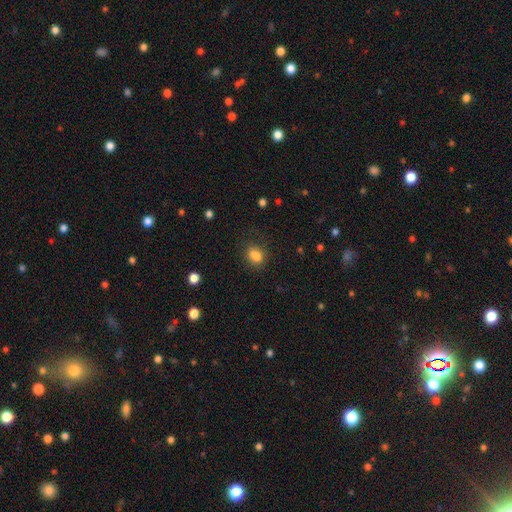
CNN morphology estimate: This is likely a smooth galaxy (78%). How rounded: possibly in between (56%). Merging: possibly none (54%).